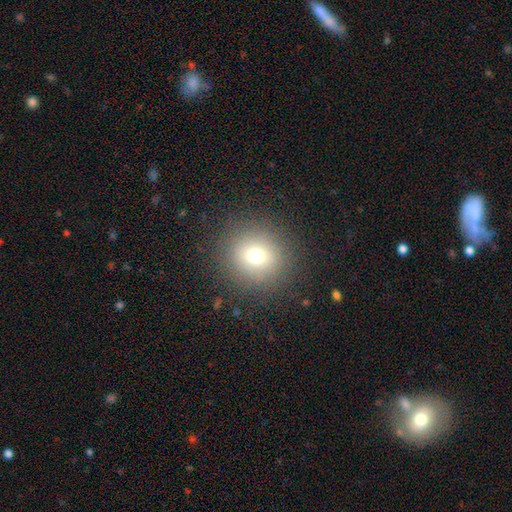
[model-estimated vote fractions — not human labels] This appears to be a smooth galaxy with no disk features (73%) that is round (91%). Merging: none (89%).